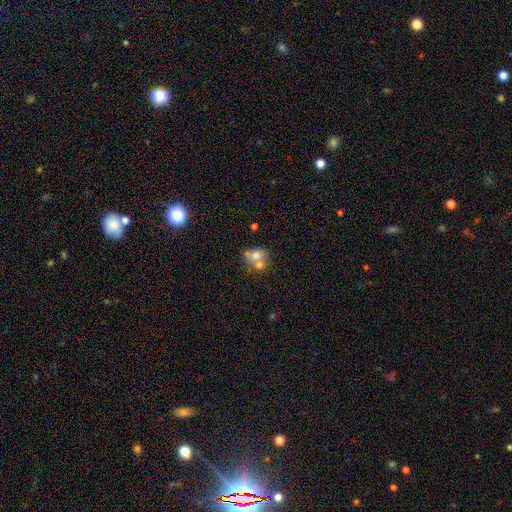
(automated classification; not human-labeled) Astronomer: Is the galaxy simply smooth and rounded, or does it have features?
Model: smooth — 63%.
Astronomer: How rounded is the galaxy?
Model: round — 57% (runner-up: in between, 42%).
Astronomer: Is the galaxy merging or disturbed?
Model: merger — 55% (runner-up: none, 30%).